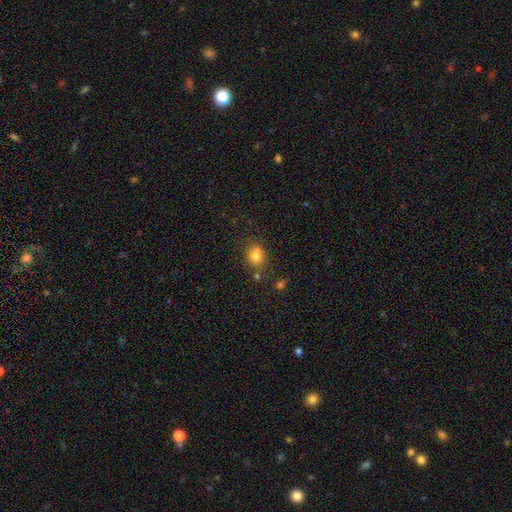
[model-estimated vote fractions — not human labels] Smooth or featured? Predicted: smooth (p=0.80). How rounded? Predicted: round (p=0.60). Merging? Predicted: none (p=0.66).